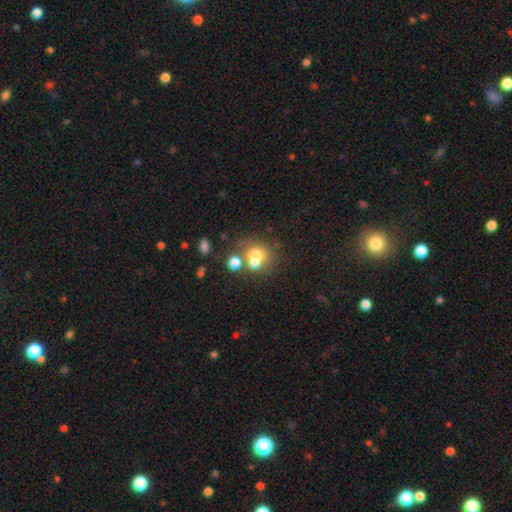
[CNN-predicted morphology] A smooth galaxy with no disk features (64%) that is round (70%).

Vote fractions:
- Smooth or featured? smooth: 64% / featured or disk: 22% / star or artifact: 14%
- How rounded? round: 70% / in between: 29% / cigar-shaped: 1%
- Merging? merger: 50% / none: 36% / minor disturbance: 8% / major disturbance: 6%